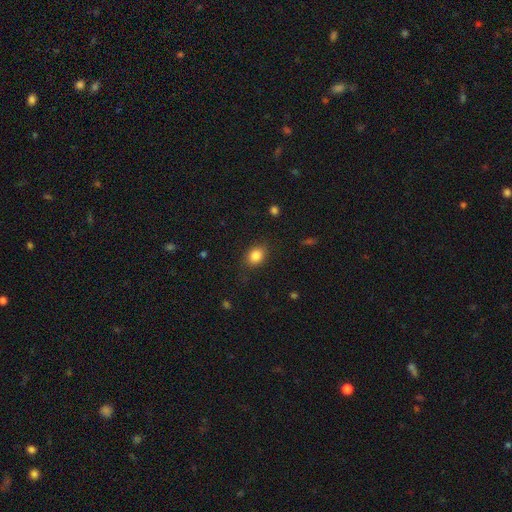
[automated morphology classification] A smooth galaxy with no disk features (85%) that is in between round and cigar-shaped (61%).

Vote fractions:
- Smooth or featured? smooth: 85% / star or artifact: 10% / featured or disk: 6%
- How rounded? in between: 61% / round: 38% / cigar-shaped: 1%
- Merging? none: 83% / minor disturbance: 12% / major disturbance: 4% / merger: 1%